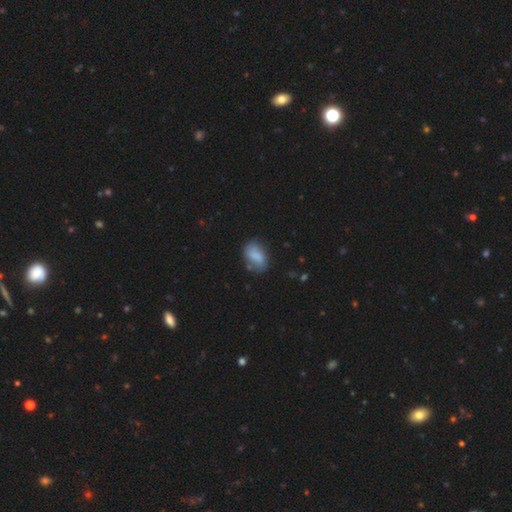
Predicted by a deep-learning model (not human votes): Morphology: type=smooth (77%); roundness=in between (86%); merging=none (64%).